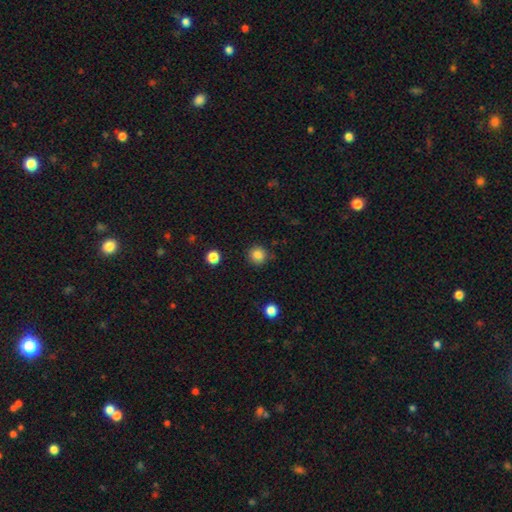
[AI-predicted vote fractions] Smooth or featured?
  - smooth: 83% *
  - star or artifact: 13%
  - featured or disk: 4%
How rounded?
  - round: 94% *
  - in between: 5%
  - cigar-shaped: 1%
Merging?
  - none: 89% *
  - minor disturbance: 7%
  - major disturbance: 2%
  - merger: 2%